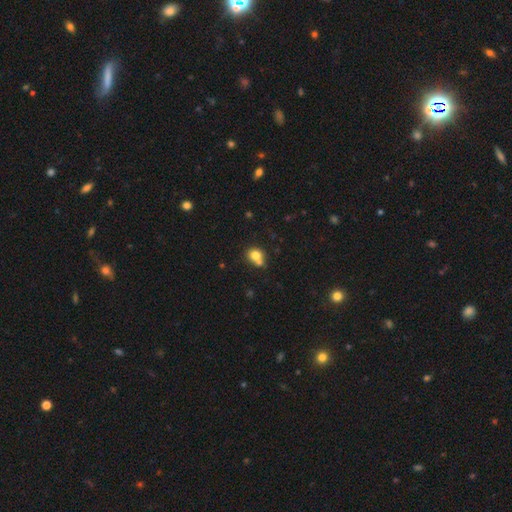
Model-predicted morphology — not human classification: Q: Smooth or featured?
A: smooth (77%); runner-up: featured or disk (12%)
Q: How rounded?
A: round (73%); runner-up: in between (26%)
Q: Merging?
A: none (48%); runner-up: merger (36%)